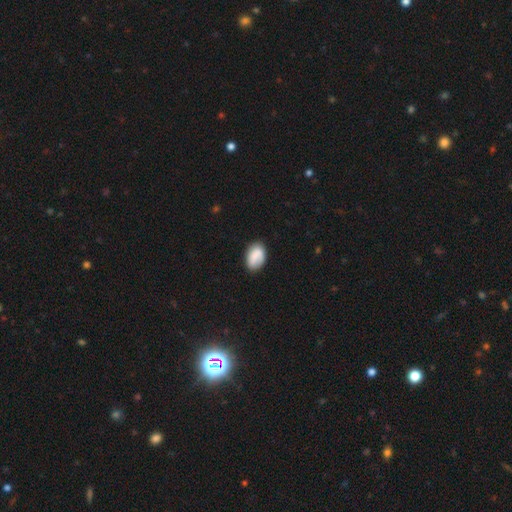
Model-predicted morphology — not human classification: Smooth or featured? Predicted: smooth (p=0.79). How rounded? Predicted: in between (p=0.86). Merging? Predicted: none (p=0.72).